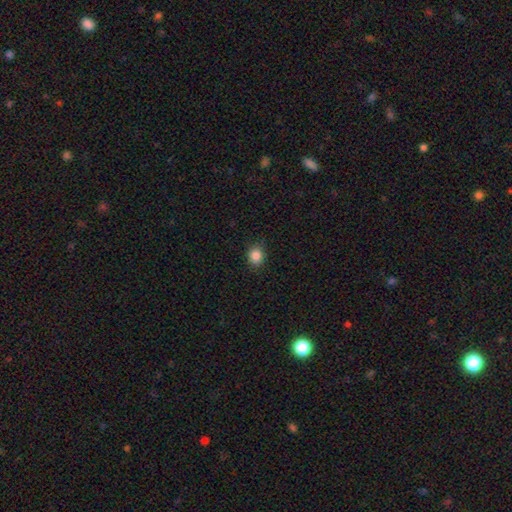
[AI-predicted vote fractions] smooth 86%, star or artifact 10%, featured or disk 4%. Down the decision tree: how rounded — round (72%); merging — none (87%).